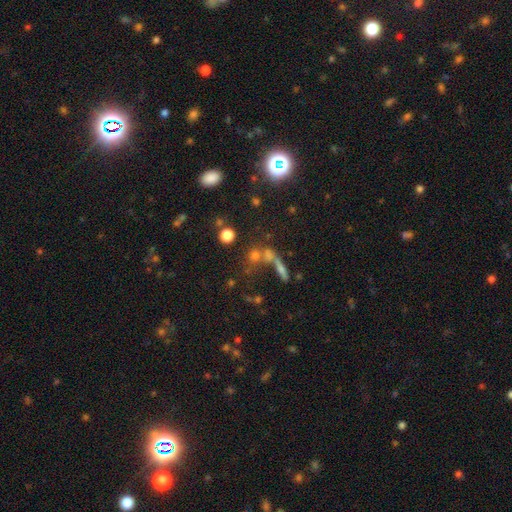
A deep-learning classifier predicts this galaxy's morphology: smooth-or-featured: smooth: 50% | star or artifact: 34% | featured or disk: 17%
  merging: none: 47% | merger: 37% | minor disturbance: 8% | major disturbance: 8%